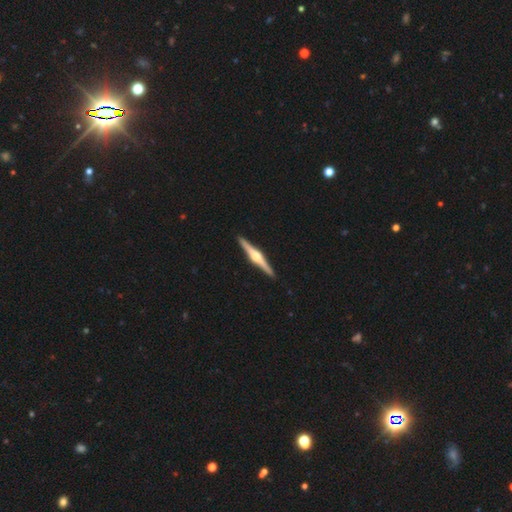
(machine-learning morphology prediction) featured or disk 85%, smooth 11%, star or artifact 4%. Down the decision tree: edge-on disk — yes (99%); edge-on bulge — rounded (93%); merging — none (93%).